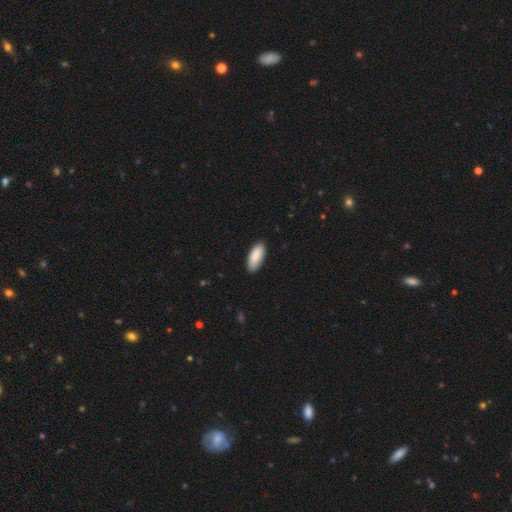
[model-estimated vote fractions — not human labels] Morphology: type=smooth (90%); roundness=in between (85%); merging=none (89%).